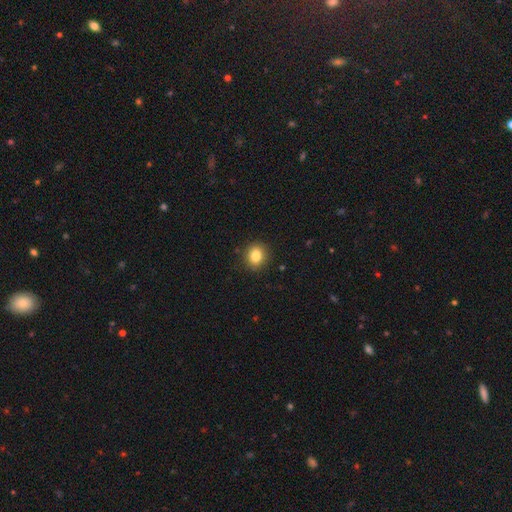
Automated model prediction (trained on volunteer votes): Smooth or featured? smooth (84%)
How rounded? round (78%)
Merging? none (90%)